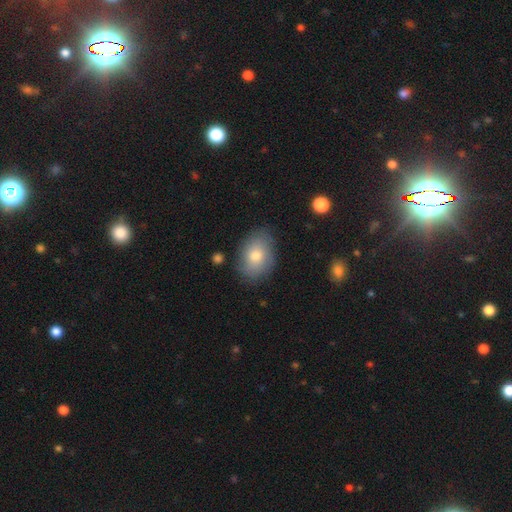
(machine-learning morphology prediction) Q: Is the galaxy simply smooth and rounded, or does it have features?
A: smooth — 75%.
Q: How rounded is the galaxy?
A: in between — 78%.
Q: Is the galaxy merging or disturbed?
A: none — 80%.